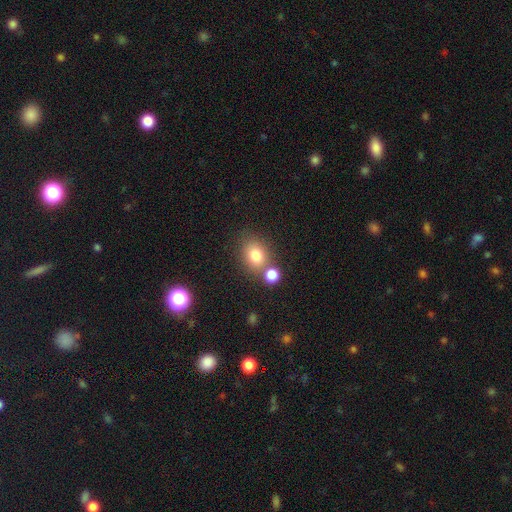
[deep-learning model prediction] Q: Smooth or featured?
A: smooth (78%); runner-up: star or artifact (12%)
Q: How rounded?
A: round (54%); runner-up: in between (44%)
Q: Merging?
A: none (63%); runner-up: merger (21%)